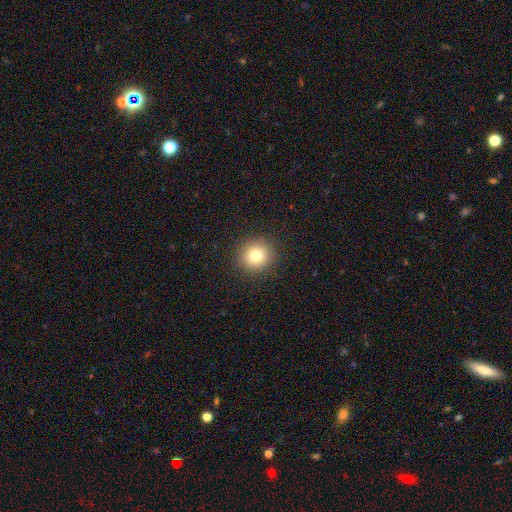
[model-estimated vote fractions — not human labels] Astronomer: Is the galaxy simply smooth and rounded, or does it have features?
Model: smooth — 79%.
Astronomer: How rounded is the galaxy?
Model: round — 92%.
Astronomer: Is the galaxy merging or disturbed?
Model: none — 91%.